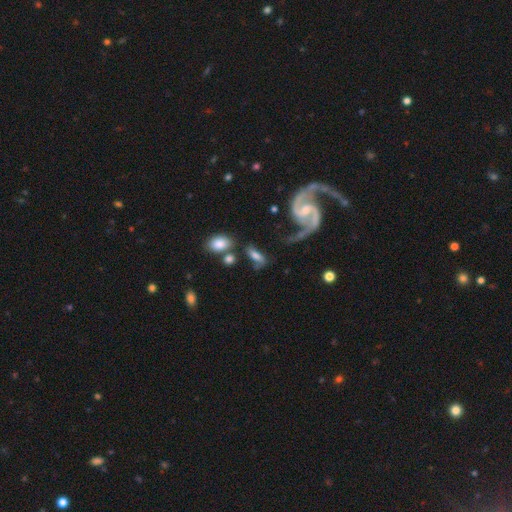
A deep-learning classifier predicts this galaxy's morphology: Smooth or featured? smooth (50%)
Merging? none (46%)